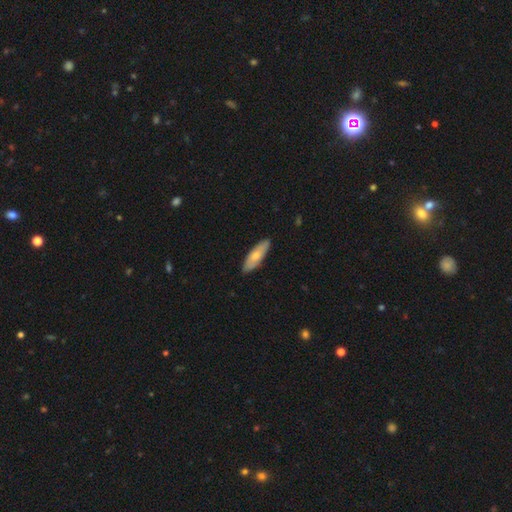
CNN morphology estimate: This is likely a smooth galaxy (69%). How rounded: possibly in between (50%). Merging: clearly none (88%).